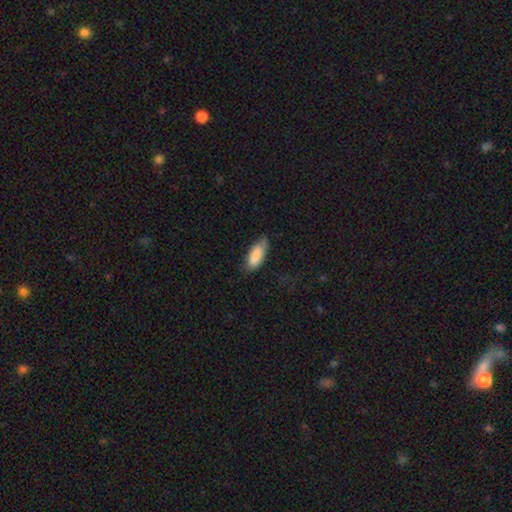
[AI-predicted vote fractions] Smooth or featured? Predicted: smooth (p=0.86). How rounded? Predicted: in between (p=0.80). Merging? Predicted: none (p=0.65).